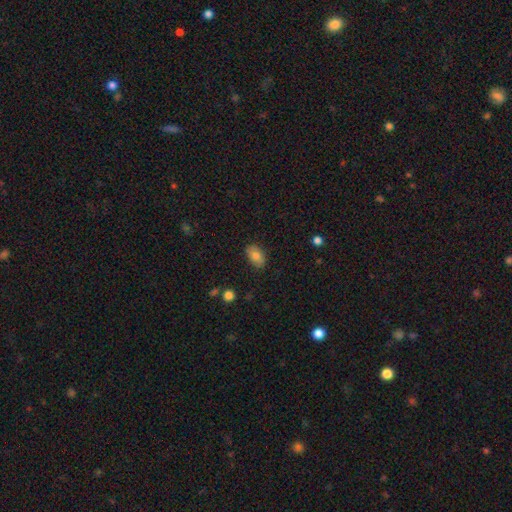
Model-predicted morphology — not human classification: Q: Smooth or featured?
A: smooth (79%); runner-up: featured or disk (13%)
Q: How rounded?
A: in between (90%); runner-up: round (8%)
Q: Merging?
A: none (83%); runner-up: minor disturbance (13%)